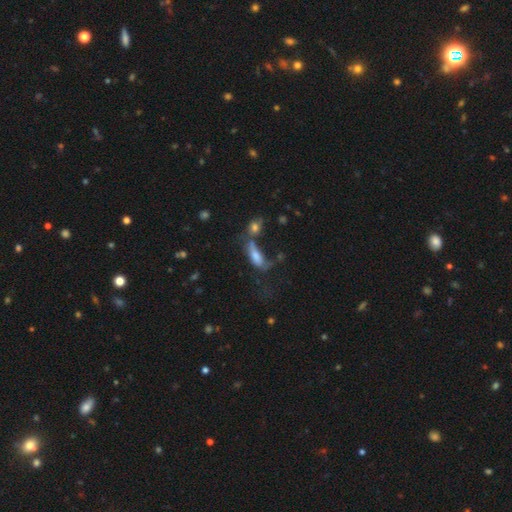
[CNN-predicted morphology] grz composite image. It shows a smooth galaxy with no disk features (61%) that is in between round and cigar-shaped (65%). Merging: merger (33%).